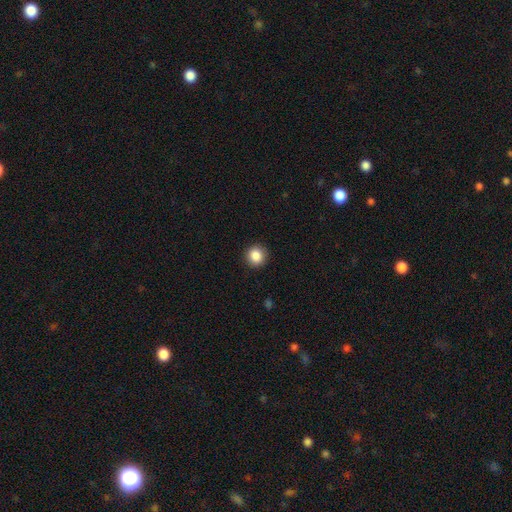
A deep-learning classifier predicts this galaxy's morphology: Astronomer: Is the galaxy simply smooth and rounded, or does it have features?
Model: smooth — 87%.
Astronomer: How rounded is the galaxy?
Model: round — 89%.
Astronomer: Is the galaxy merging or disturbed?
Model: none — 91%.